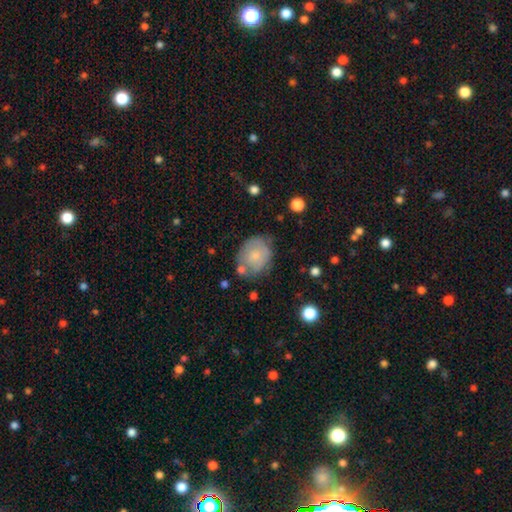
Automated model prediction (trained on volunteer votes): This is likely a smooth galaxy (63%). How rounded: possibly round (57%). Merging: possibly none (59%).